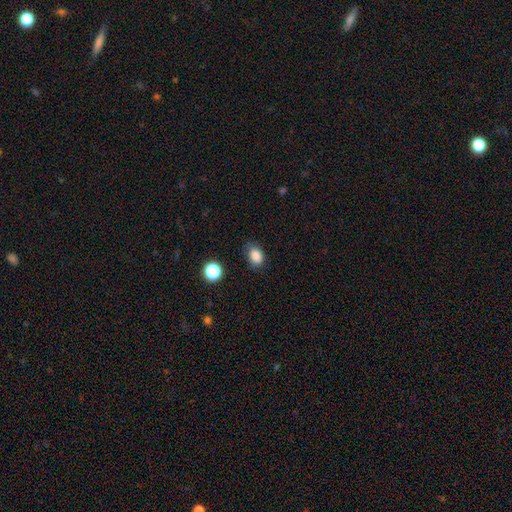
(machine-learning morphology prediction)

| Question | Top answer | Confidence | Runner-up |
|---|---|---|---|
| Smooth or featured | smooth | 85% | star or artifact (10%) |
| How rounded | in between | 73% | round (26%) |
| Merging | none | 75% | minor disturbance (19%) |